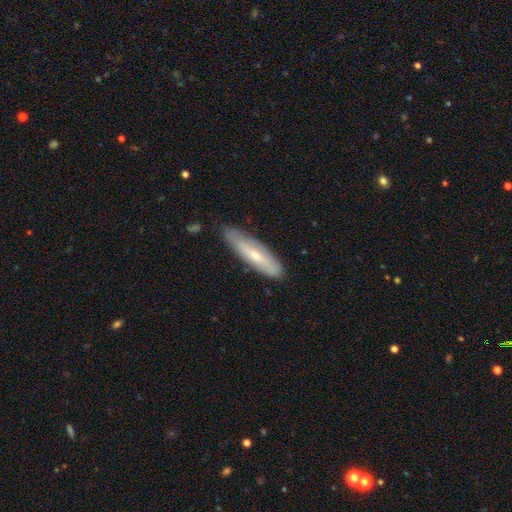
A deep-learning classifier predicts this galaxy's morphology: Q: Smooth or featured?
A: smooth (47%); runner-up: featured or disk (46%)
Q: Merging?
A: none (78%); runner-up: minor disturbance (18%)